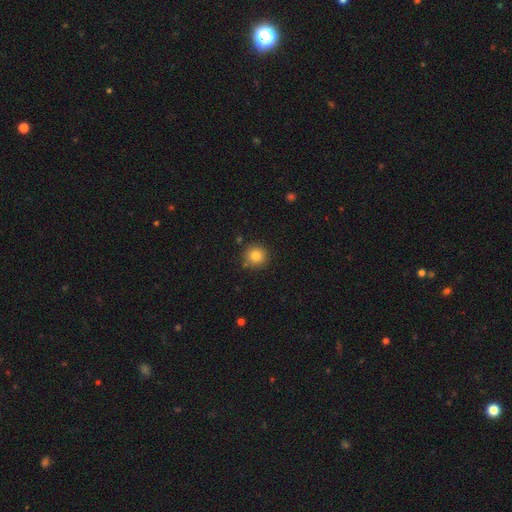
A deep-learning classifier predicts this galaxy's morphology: Smooth or featured? smooth (83%)
How rounded? round (93%)
Merging? none (86%)